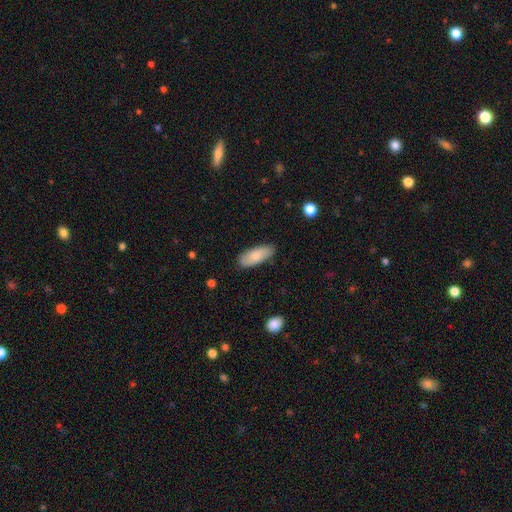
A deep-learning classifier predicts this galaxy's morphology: A smooth galaxy with no disk features (77%) that is in between round and cigar-shaped (81%).

Vote fractions:
- Smooth or featured? smooth: 77% / featured or disk: 17% / star or artifact: 6%
- How rounded? in between: 81% / cigar-shaped: 17% / round: 2%
- Merging? none: 82% / minor disturbance: 15% / major disturbance: 2% / merger: 1%